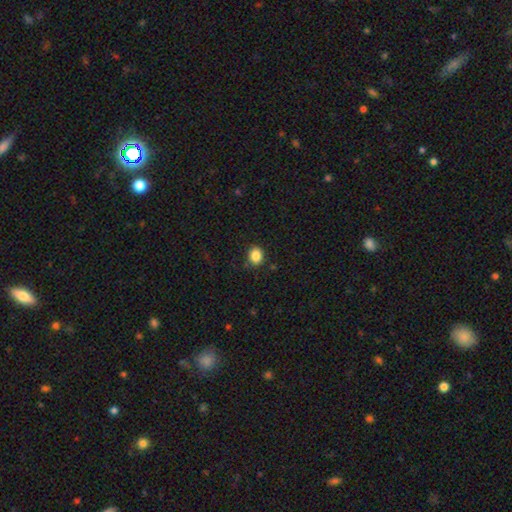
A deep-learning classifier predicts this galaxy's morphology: Overall: smooth (86%). How rounded: round (59%; in between 40%). Merging: none (87%).